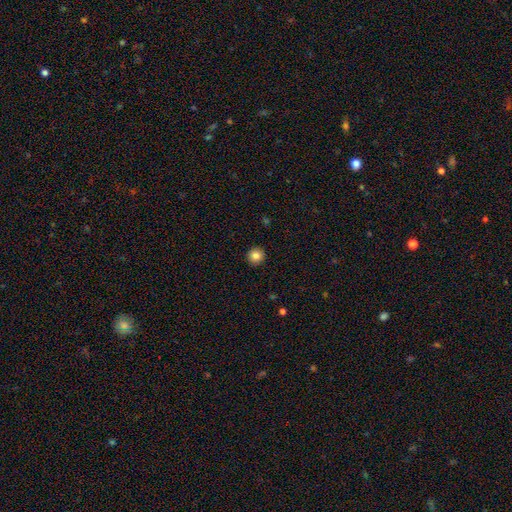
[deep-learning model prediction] The model was most divided on "smooth or featured": smooth: 84%, star or artifact: 10%, featured or disk: 6%. More confident: how rounded — round (93%); merging — none (92%).